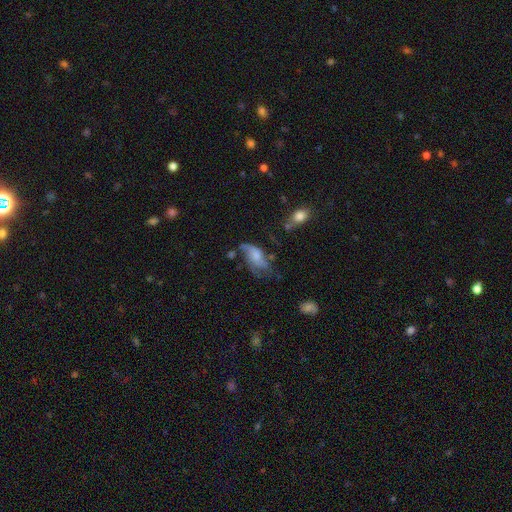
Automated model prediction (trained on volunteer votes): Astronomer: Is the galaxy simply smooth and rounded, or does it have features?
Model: featured or disk — 60%.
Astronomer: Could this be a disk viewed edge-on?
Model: no — 95%.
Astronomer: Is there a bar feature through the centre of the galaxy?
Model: no — 67%.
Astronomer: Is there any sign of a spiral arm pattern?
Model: yes — 78%.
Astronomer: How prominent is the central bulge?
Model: small — 35% (runner-up: moderate, 33%).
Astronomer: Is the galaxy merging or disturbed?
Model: none — 34% (runner-up: major disturbance, 33%).